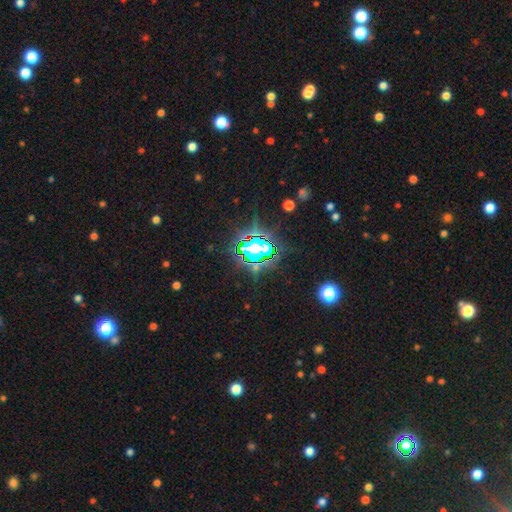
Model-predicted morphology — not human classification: A star or artifact, not a galaxy (76%).

Vote fractions:
- Smooth or featured? star or artifact: 76% / smooth: 14% / featured or disk: 10%